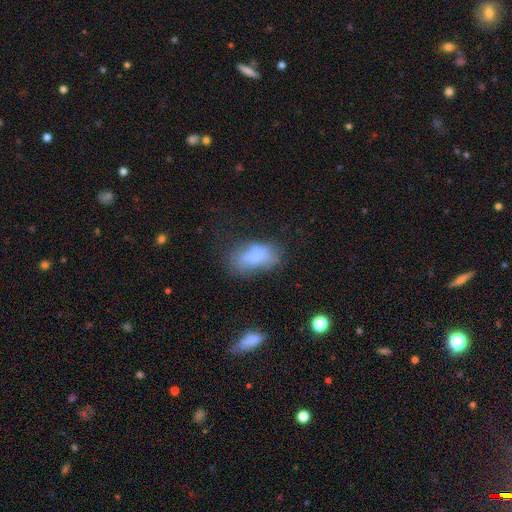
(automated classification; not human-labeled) smooth 64%, featured or disk 25%, star or artifact 11%. Down the decision tree: how rounded — in between (91%); merging — none (44%).